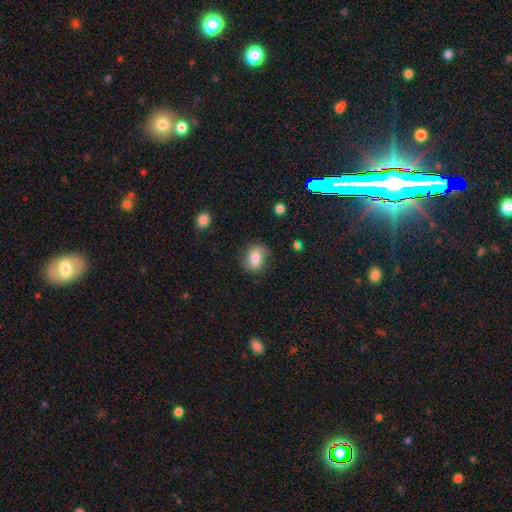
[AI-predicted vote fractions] This appears to be a smooth galaxy with no disk features (69%) that is in between round and cigar-shaped (56%). Merging: none (82%).